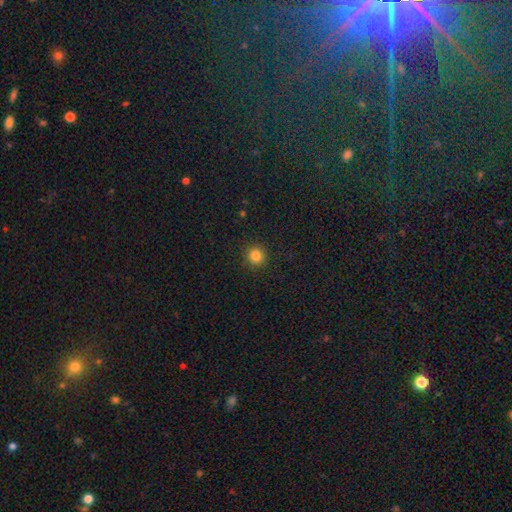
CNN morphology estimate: type=smooth (83%); roundness=round (93%); merging=none (92%).